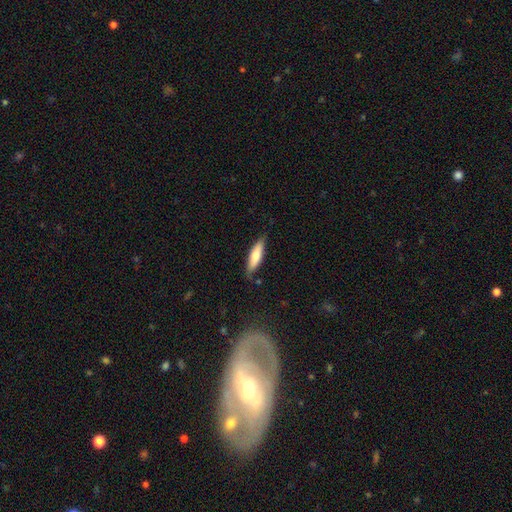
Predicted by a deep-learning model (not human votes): A smooth galaxy with no disk features (68%) that is cigar-shaped (63%).

Vote fractions:
- Smooth or featured? smooth: 68% / featured or disk: 26% / star or artifact: 6%
- How rounded? cigar-shaped: 63% / in between: 36% / round: 2%
- Merging? none: 78% / minor disturbance: 17% / major disturbance: 3% / merger: 2%